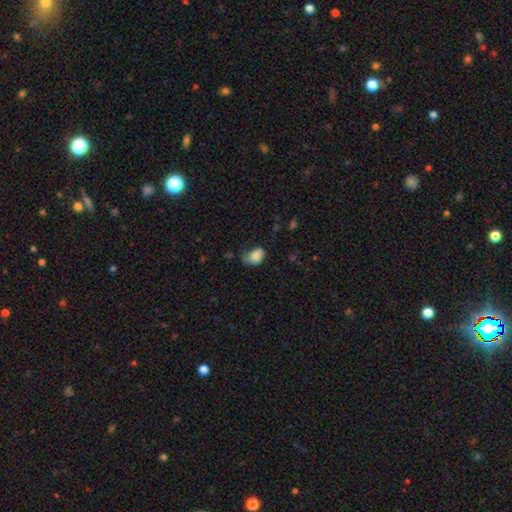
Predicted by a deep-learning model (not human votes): The model was most divided on "merging": minor disturbance: 41%, none: 36%, major disturbance: 20%, merger: 3%. More confident: smooth or featured — smooth (81%); how rounded — in between (80%).